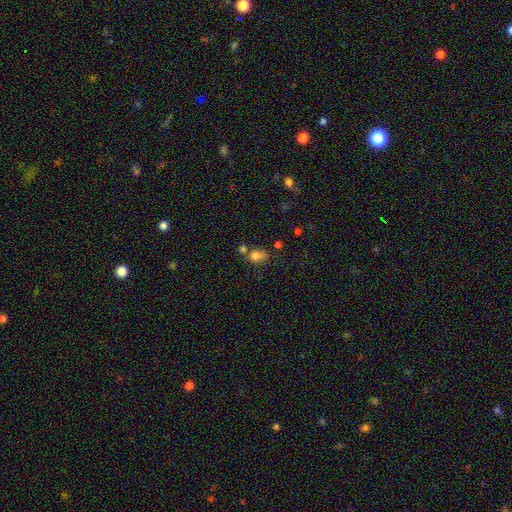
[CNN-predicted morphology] Smooth or featured? smooth (78%)
How rounded? in between (73%)
Merging? none (48%)